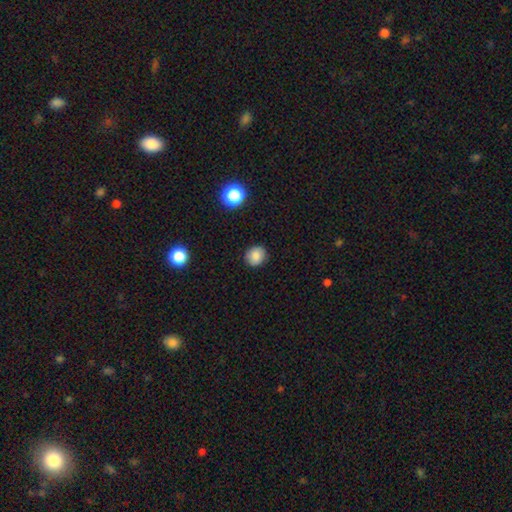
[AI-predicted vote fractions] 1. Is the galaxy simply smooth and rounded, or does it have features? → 84% smooth, 10% star or artifact, 6% featured or disk.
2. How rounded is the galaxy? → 78% round, 22% in between, 1% cigar-shaped.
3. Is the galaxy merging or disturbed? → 87% none, 9% minor disturbance, 2% major disturbance, 1% merger.